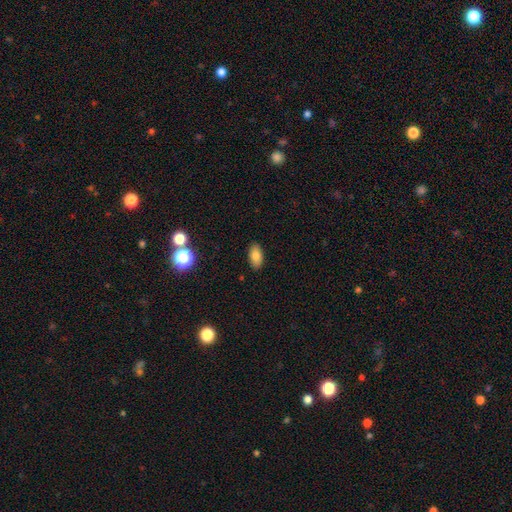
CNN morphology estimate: Smooth or featured? smooth (80%)
How rounded? in between (91%)
Merging? none (89%)